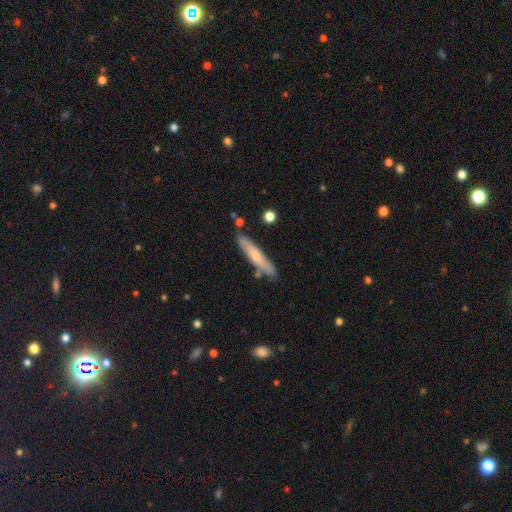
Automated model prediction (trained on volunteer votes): Smooth or featured: smooth — 61% (featured or disk — 34%)
How rounded: cigar-shaped — 91% (in between — 8%)
Merging: none — 81% (minor disturbance — 13%)